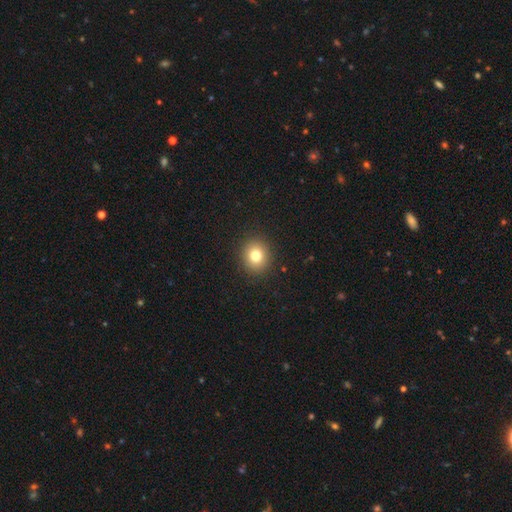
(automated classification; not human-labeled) The model was most divided on "how rounded": round: 82%, in between: 17%, cigar-shaped: 1%. More confident: merging — none (91%); smooth or featured — smooth (80%).